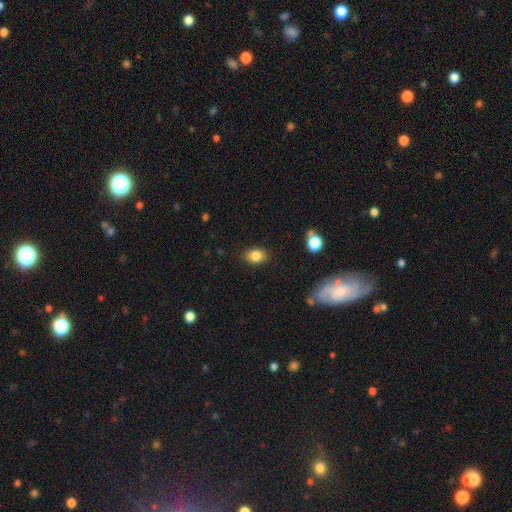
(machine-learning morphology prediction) The model was most divided on "how rounded": in between: 71%, round: 27%, cigar-shaped: 1%. More confident: merging — none (85%); smooth or featured — smooth (84%).